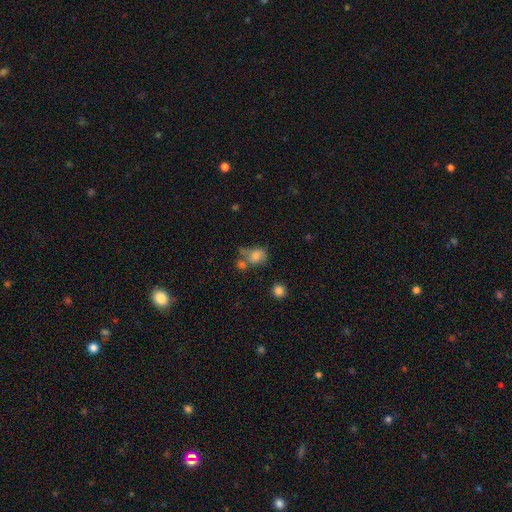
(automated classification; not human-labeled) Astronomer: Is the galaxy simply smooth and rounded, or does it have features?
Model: smooth — 74%.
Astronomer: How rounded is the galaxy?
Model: in between — 53% (runner-up: round, 45%).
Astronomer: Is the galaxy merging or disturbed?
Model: none — 35% (runner-up: merger, 30%).